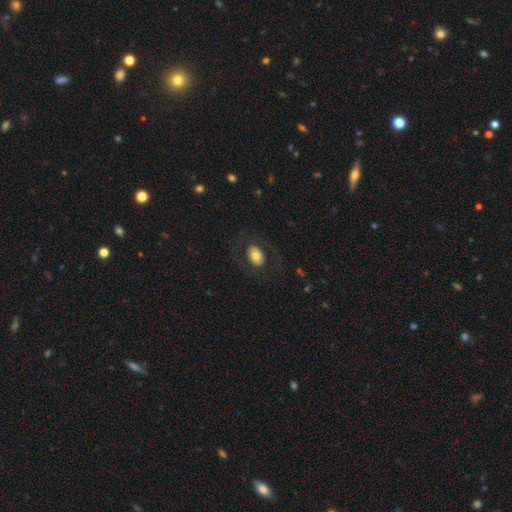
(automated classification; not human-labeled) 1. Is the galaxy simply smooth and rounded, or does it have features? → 70% smooth, 23% featured or disk, 7% star or artifact.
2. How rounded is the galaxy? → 80% in between, 19% round, 1% cigar-shaped.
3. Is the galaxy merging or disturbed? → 79% none, 10% minor disturbance, 10% major disturbance, 1% merger.